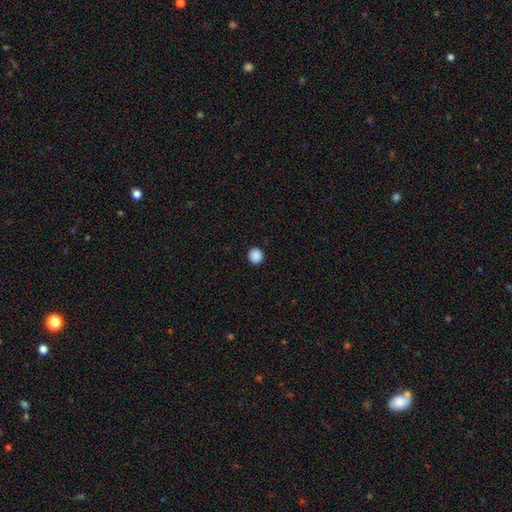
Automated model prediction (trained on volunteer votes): This is clearly a smooth galaxy (89%). How rounded: clearly round (92%). Merging: clearly none (93%).